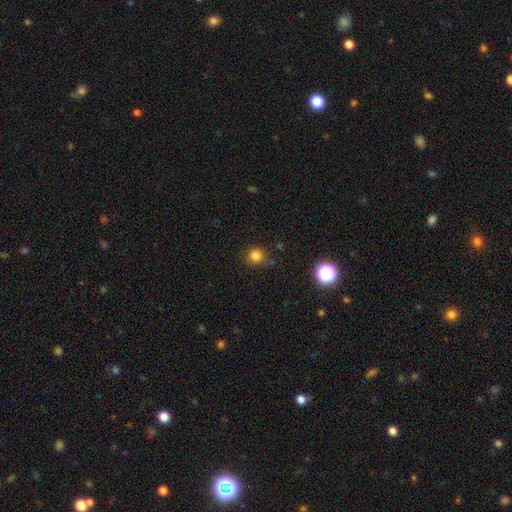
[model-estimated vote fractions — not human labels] smooth_or_featured: smooth (p=0.81) [alt: star or artifact p=0.15]
how_rounded: round (p=0.91) [alt: in between p=0.08]
merging: none (p=0.79) [alt: minor disturbance p=0.14]